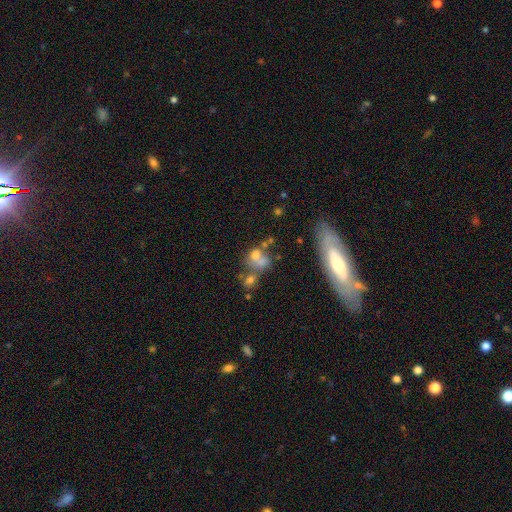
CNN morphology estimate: A smooth galaxy with no disk features (59%) that is in between round and cigar-shaped (51%).

Vote fractions:
- Smooth or featured? smooth: 59% / featured or disk: 25% / star or artifact: 17%
- How rounded? in between: 51% / round: 46% / cigar-shaped: 3%
- Merging? merger: 48% / none: 29% / minor disturbance: 12% / major disturbance: 11%